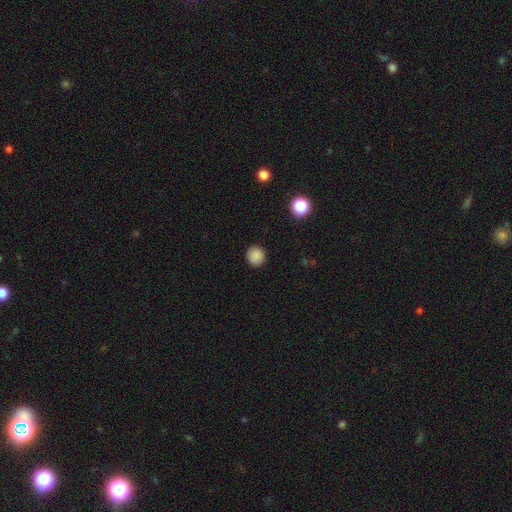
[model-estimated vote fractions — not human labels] This is clearly a smooth galaxy (87%). How rounded: clearly round (91%). Merging: clearly none (90%).